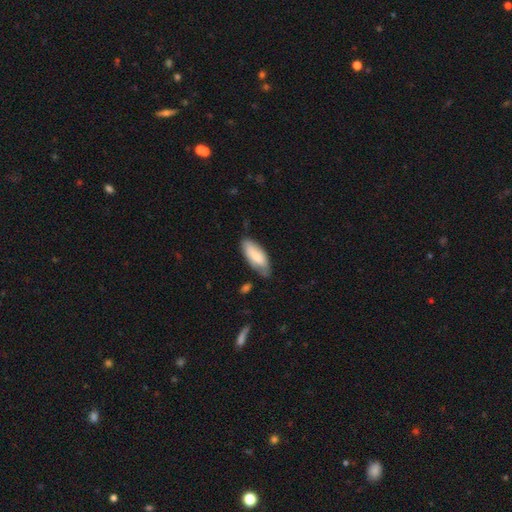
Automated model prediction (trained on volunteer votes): Q: Smooth or featured?
A: smooth (77%); runner-up: featured or disk (17%)
Q: How rounded?
A: in between (81%); runner-up: cigar-shaped (17%)
Q: Merging?
A: none (63%); runner-up: minor disturbance (29%)